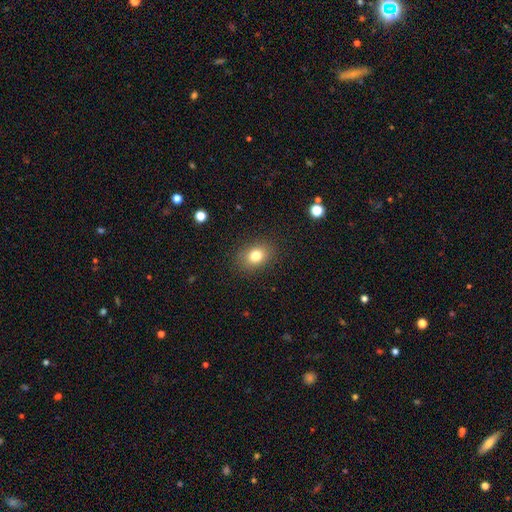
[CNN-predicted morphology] smooth 80%, star or artifact 11%, featured or disk 9%. Down the decision tree: how rounded — in between (61%); merging — none (87%).